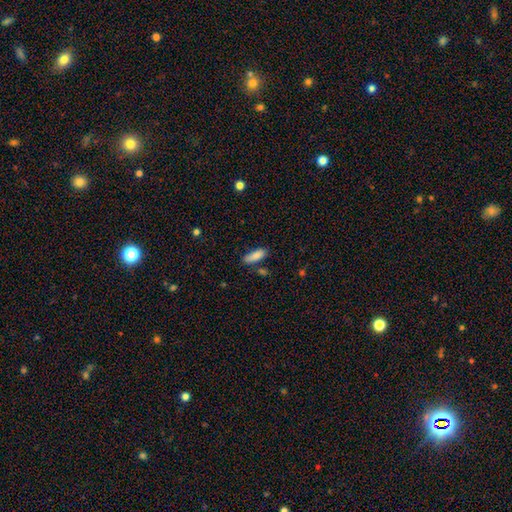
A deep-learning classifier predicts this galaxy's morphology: Smooth or featured?
  - smooth: 87% *
  - star or artifact: 7%
  - featured or disk: 6%
How rounded?
  - in between: 63% *
  - cigar-shaped: 35%
  - round: 2%
Merging?
  - none: 73% *
  - minor disturbance: 18%
  - merger: 6%
  - major disturbance: 4%